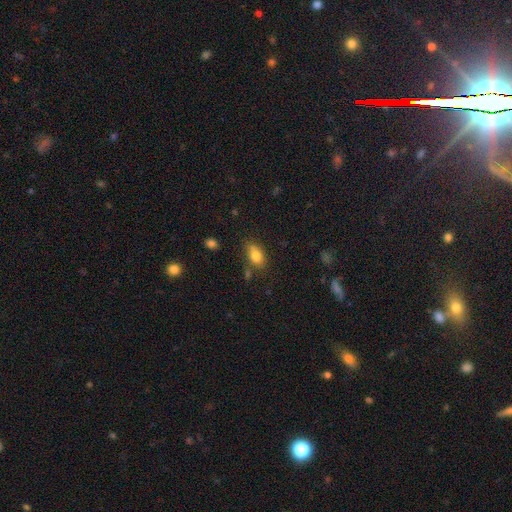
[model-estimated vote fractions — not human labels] Overall: smooth (81%). How rounded: in between (87%). Merging: none (68%).